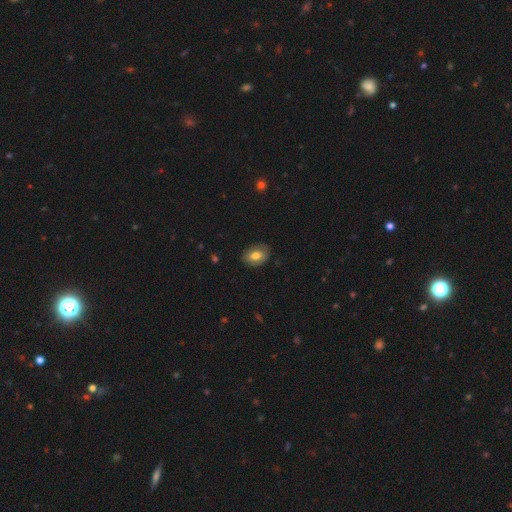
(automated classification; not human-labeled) Q: Smooth or featured?
A: smooth (70%); runner-up: featured or disk (23%)
Q: How rounded?
A: in between (75%); runner-up: round (24%)
Q: Merging?
A: none (83%); runner-up: minor disturbance (13%)